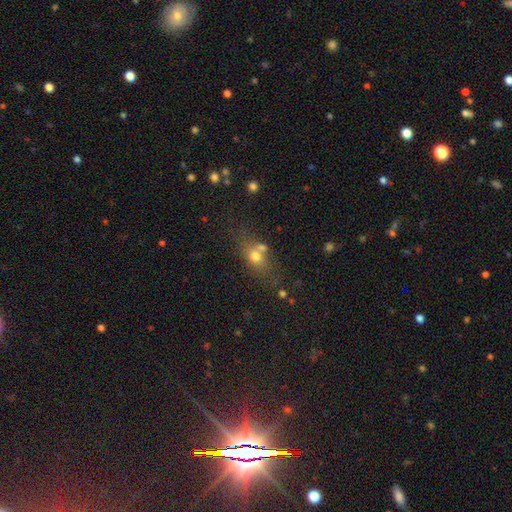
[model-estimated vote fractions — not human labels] A smooth galaxy with no disk features (68%) that is in between round and cigar-shaped (60%). Merging: none (49%).